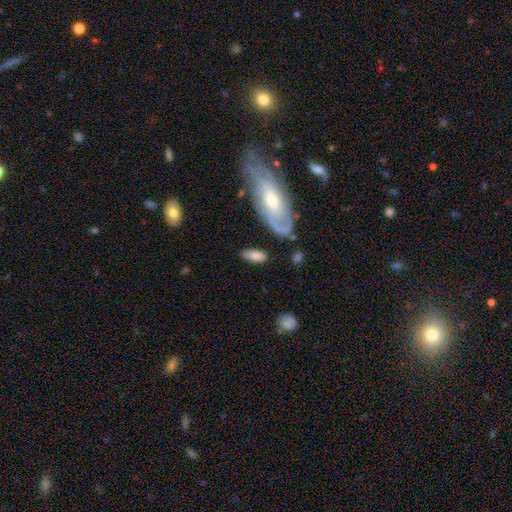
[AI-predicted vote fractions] This appears to be a smooth galaxy with no disk features (77%) that is in between round and cigar-shaped (86%). Merging: none (71%).